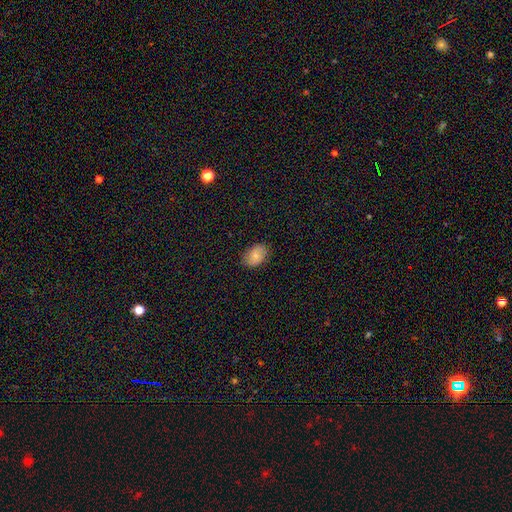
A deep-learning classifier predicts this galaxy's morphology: This is likely a smooth galaxy (78%). How rounded: clearly in between (84%). Merging: clearly none (83%).